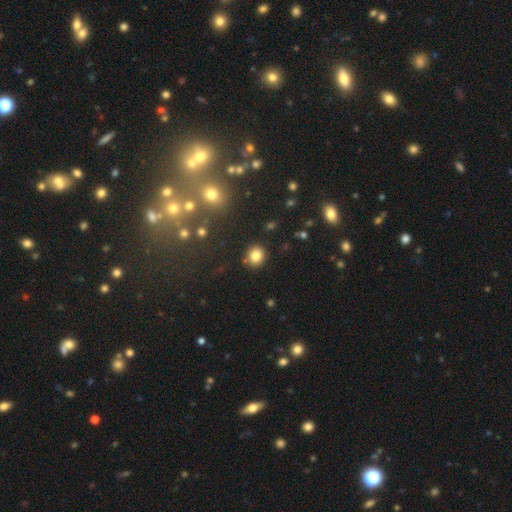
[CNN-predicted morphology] This is clearly a smooth galaxy (82%). How rounded: clearly round (83%). Merging: clearly none (86%).